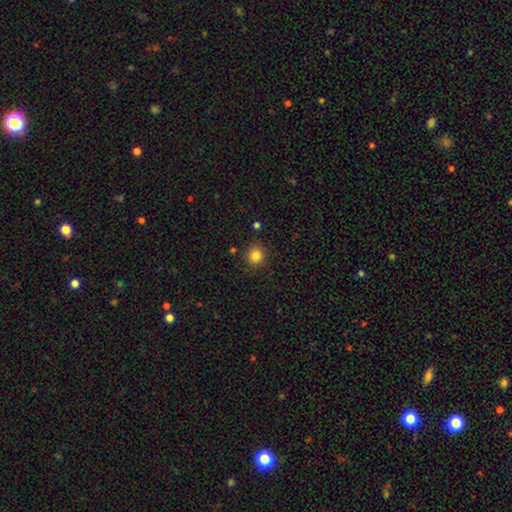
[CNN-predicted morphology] Overall: smooth (83%). How rounded: round (91%). Merging: none (89%).